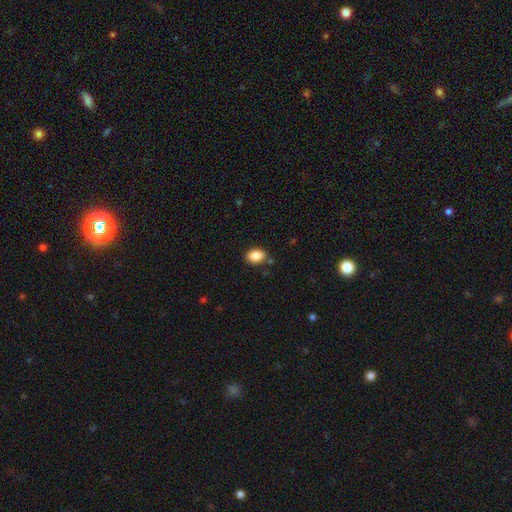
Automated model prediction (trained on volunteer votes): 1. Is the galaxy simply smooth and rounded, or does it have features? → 87% smooth, 8% star or artifact, 5% featured or disk.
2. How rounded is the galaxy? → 81% in between, 18% round, 1% cigar-shaped.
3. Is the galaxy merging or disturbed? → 85% none, 10% minor disturbance, 2% merger, 2% major disturbance.